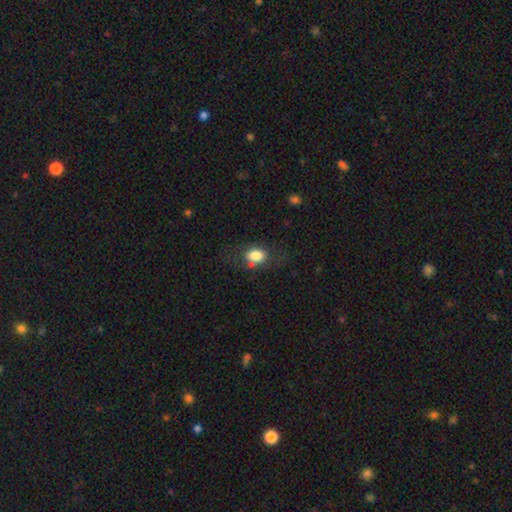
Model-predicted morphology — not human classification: Smooth or featured? smooth (82%)
How rounded? in between (70%)
Merging? none (64%)